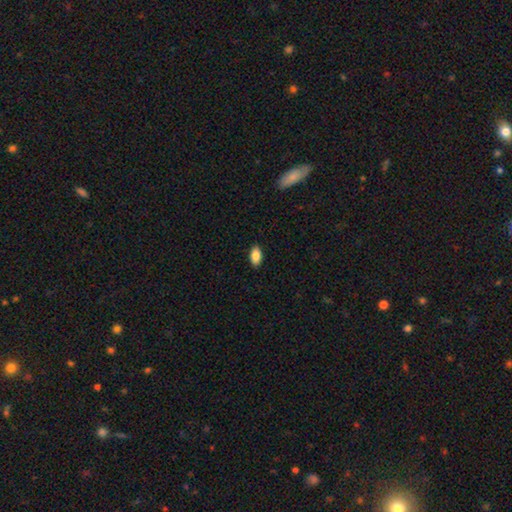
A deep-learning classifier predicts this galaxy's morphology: Smooth or featured?
  - smooth: 87% *
  - star or artifact: 7%
  - featured or disk: 6%
How rounded?
  - in between: 92% *
  - round: 4%
  - cigar-shaped: 3%
Merging?
  - none: 90% *
  - minor disturbance: 8%
  - major disturbance: 2%
  - merger: 1%